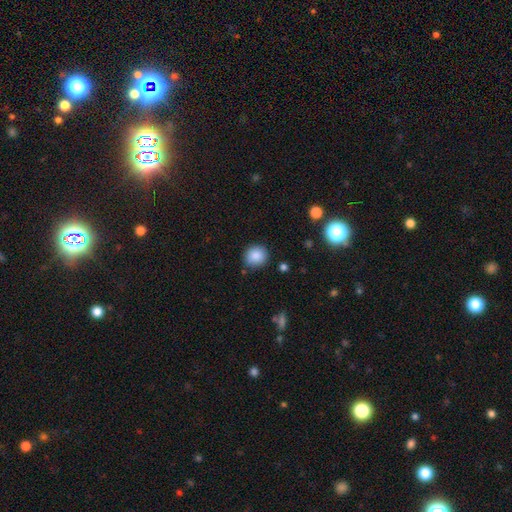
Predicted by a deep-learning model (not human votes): smooth_or_featured: smooth (p=0.87) [alt: star or artifact p=0.09]
how_rounded: round (p=0.85) [alt: in between p=0.14]
merging: none (p=0.85) [alt: minor disturbance p=0.10]